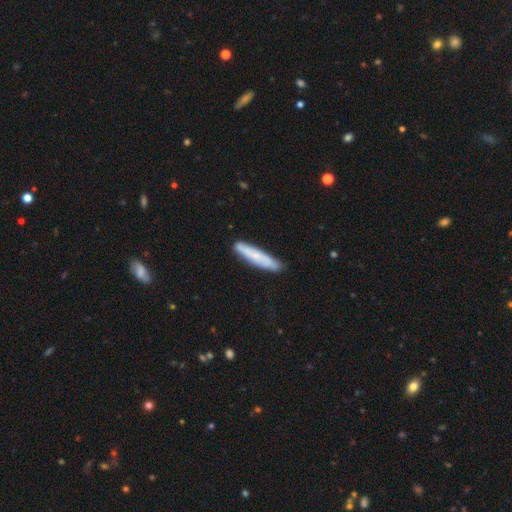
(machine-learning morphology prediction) smooth 58%, featured or disk 36%, star or artifact 6%. Down the decision tree: how rounded — cigar-shaped (87%); merging — none (84%).